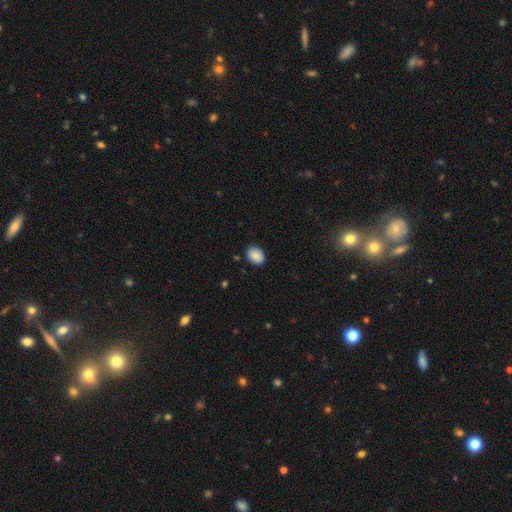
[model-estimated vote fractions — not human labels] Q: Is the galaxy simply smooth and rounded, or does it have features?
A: smooth — 88%.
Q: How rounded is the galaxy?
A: in between — 72%.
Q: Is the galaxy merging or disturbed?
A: none — 86%.